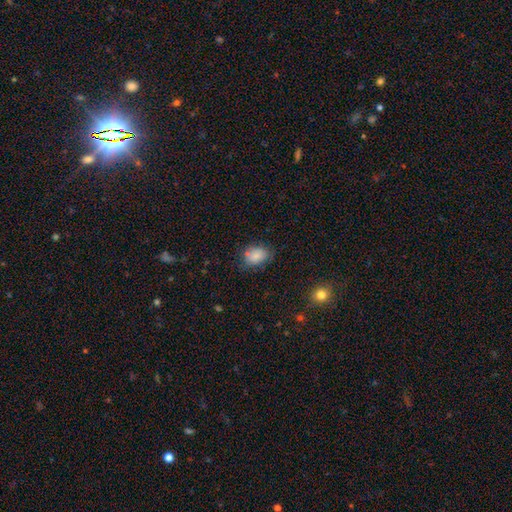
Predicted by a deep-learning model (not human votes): A smooth galaxy with no disk features (82%) that is in between round and cigar-shaped (74%). Merging: none (65%).